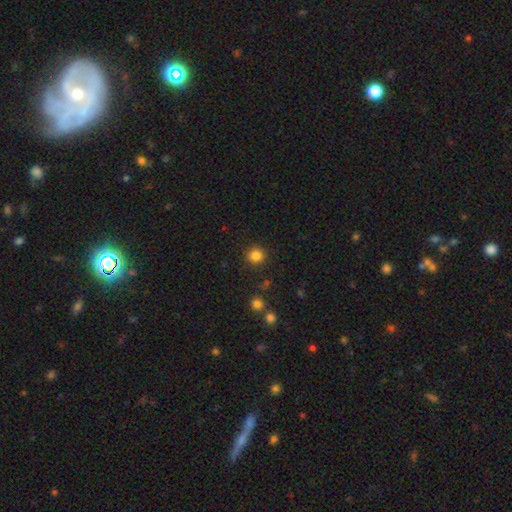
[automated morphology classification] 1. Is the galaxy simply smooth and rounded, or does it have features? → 84% smooth, 12% star or artifact, 4% featured or disk.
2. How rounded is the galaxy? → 92% round, 7% in between, 1% cigar-shaped.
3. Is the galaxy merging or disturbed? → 90% none, 6% minor disturbance, 2% major disturbance, 2% merger.